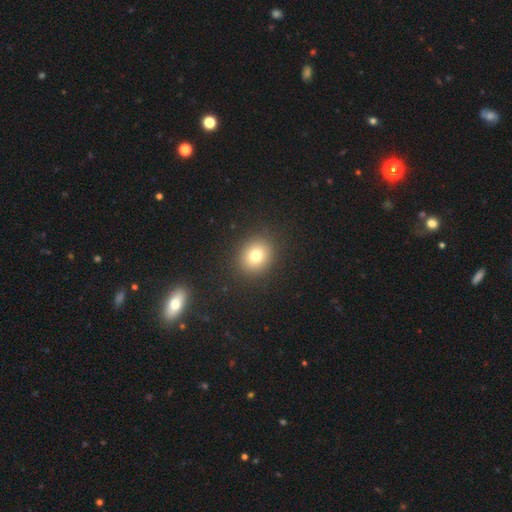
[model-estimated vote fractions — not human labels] smooth 77%, star or artifact 13%, featured or disk 10%. Down the decision tree: how rounded — round (71%); merging — none (90%).